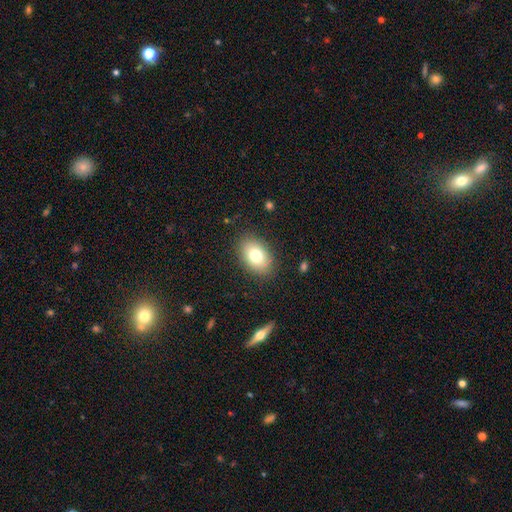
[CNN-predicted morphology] Smooth or featured? Predicted: smooth (p=0.78). How rounded? Predicted: in between (p=0.85). Merging? Predicted: none (p=0.85).